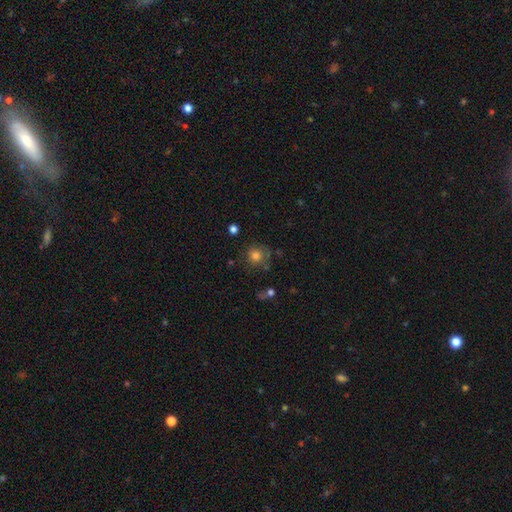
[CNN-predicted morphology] This is likely a smooth galaxy (78%). How rounded: clearly round (88%). Merging: likely none (68%).